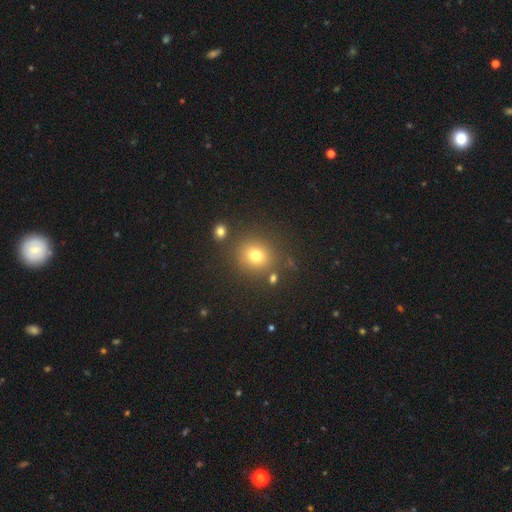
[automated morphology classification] smooth_or_featured: smooth (p=0.74) [alt: star or artifact p=0.16]
how_rounded: round (p=0.85) [alt: in between p=0.14]
merging: none (p=0.81) [alt: minor disturbance p=0.09]